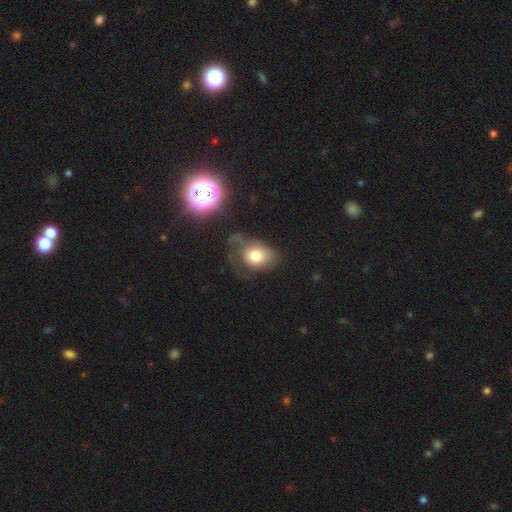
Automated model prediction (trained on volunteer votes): The model was most divided on "merging": major disturbance: 35%, none: 33%, minor disturbance: 25%, merger: 7%. More confident: smooth or featured — smooth (68%); how rounded — in between (52%).